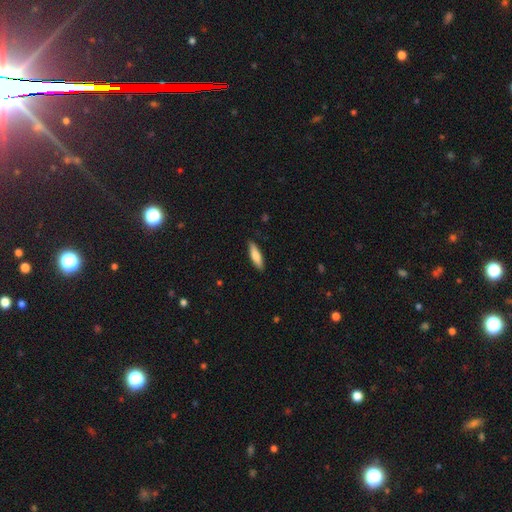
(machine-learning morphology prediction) type=smooth (76%); roundness=cigar-shaped (67%); merging=none (88%).